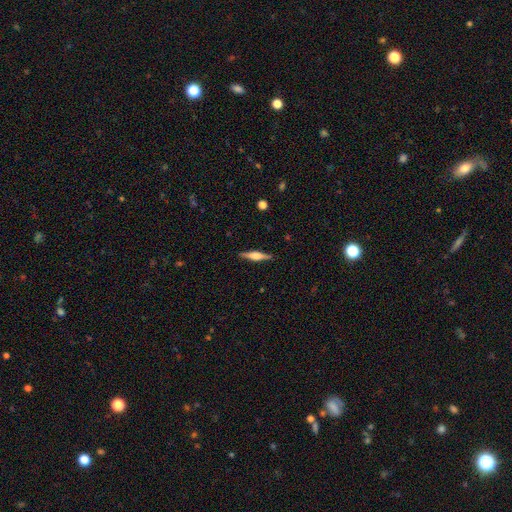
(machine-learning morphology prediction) Overall: featured or disk (63%; smooth 31%). Edge-on disk: yes (97%). Edge-on bulge: rounded (68%; boxy 28%). Merging: none (89%).